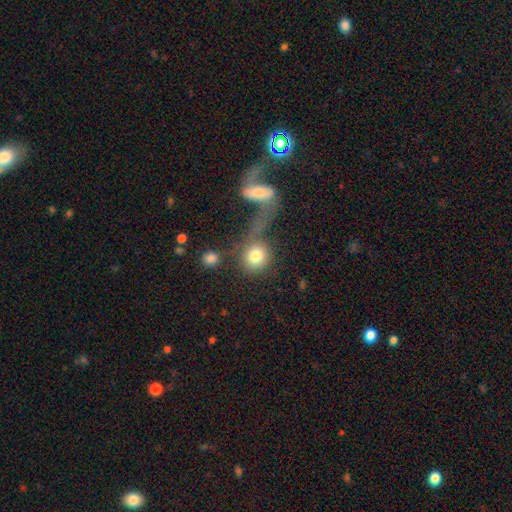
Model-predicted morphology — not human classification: Smooth or featured? Predicted: smooth (p=0.78). How rounded? Predicted: round (p=0.77). Merging? Predicted: merger (p=0.40).